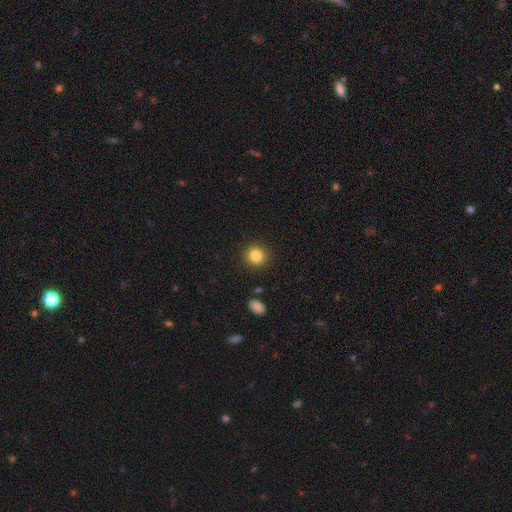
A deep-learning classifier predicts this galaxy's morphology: Smooth or featured: smooth — 86% (star or artifact — 10%)
How rounded: round — 87% (in between — 12%)
Merging: none — 88% (minor disturbance — 7%)